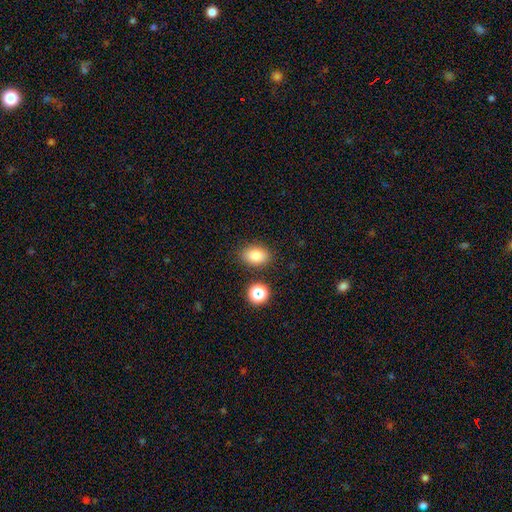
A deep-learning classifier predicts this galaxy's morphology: A smooth galaxy with no disk features (81%) that is in between round and cigar-shaped (79%).

Vote fractions:
- Smooth or featured? smooth: 81% / star or artifact: 11% / featured or disk: 8%
- How rounded? in between: 79% / round: 20% / cigar-shaped: 1%
- Merging? none: 83% / minor disturbance: 10% / merger: 4% / major disturbance: 3%